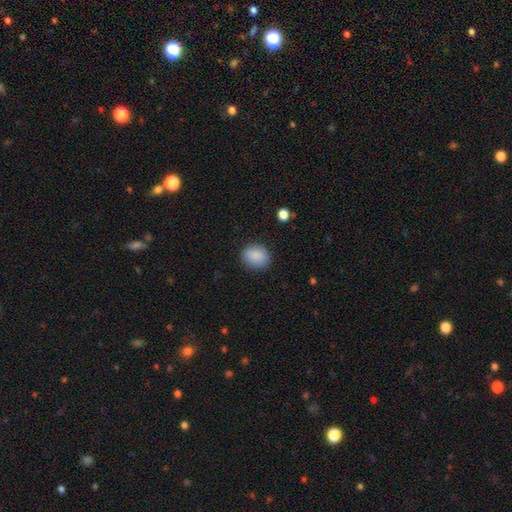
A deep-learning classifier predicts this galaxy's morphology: smooth-or-featured: smooth: 88% | star or artifact: 8% | featured or disk: 4%
  how-rounded: round: 64% | in between: 35% | cigar-shaped: 1%
  merging: none: 86% | minor disturbance: 10% | major disturbance: 3% | merger: 1%